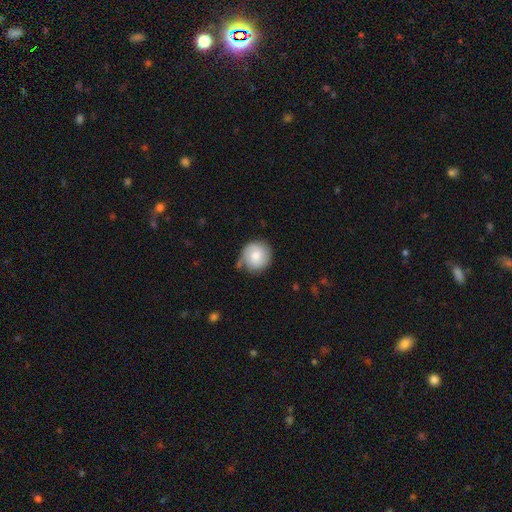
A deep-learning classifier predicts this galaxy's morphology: smooth-or-featured: smooth: 75% | featured or disk: 18% | star or artifact: 7%
  how-rounded: round: 91% | in between: 8% | cigar-shaped: 1%
  merging: none: 69% | minor disturbance: 22% | major disturbance: 6% | merger: 4%